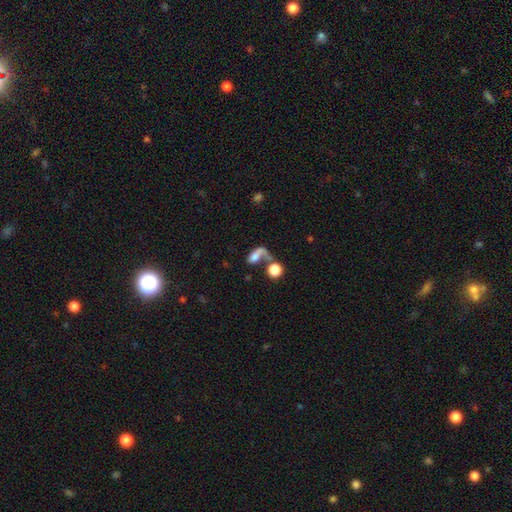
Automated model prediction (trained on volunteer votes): Smooth or featured?
  - smooth: 53% *
  - featured or disk: 35%
  - star or artifact: 12%
How rounded?
  - in between: 63% *
  - round: 23%
  - cigar-shaped: 13%
Merging?
  - merger: 37% *
  - major disturbance: 26%
  - none: 26%
  - minor disturbance: 11%